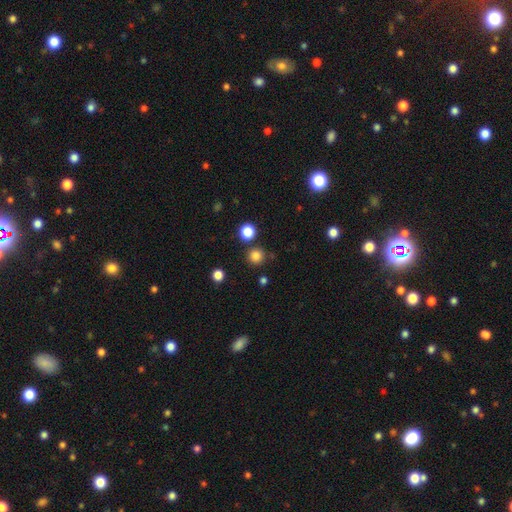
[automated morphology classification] smooth 82%, star or artifact 14%, featured or disk 4%. Down the decision tree: how rounded — round (95%); merging — none (85%).